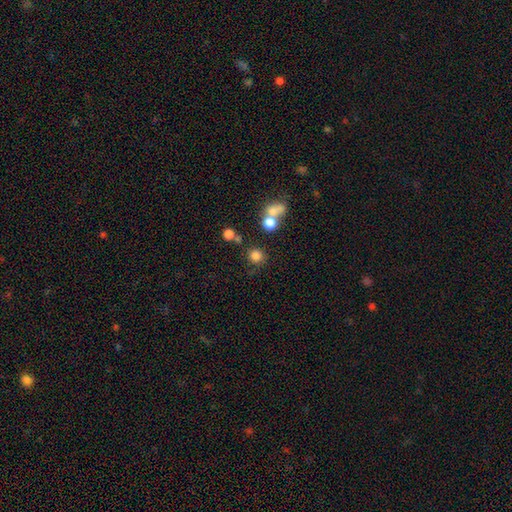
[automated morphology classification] This appears to be a smooth galaxy with no disk features (79%) that is round (90%). Merging: none (72%).